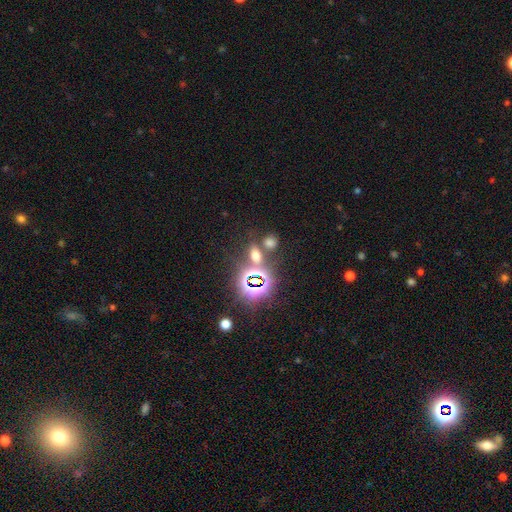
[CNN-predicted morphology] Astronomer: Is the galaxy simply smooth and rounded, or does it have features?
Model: smooth — 47% (runner-up: star or artifact, 43%).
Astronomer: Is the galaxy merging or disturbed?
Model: none — 66%.